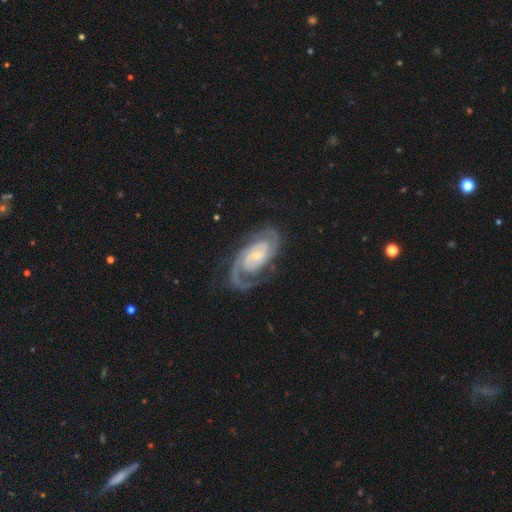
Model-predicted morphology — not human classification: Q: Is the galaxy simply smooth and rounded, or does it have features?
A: featured or disk — 91%.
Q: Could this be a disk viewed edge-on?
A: no — 97%.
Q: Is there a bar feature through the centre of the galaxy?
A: no — 54%.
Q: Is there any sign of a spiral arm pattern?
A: yes — 98%.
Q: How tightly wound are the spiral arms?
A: tight — 57%.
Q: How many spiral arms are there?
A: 2 — 82%.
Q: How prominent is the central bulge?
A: small — 70%.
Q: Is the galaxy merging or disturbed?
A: none — 76%.